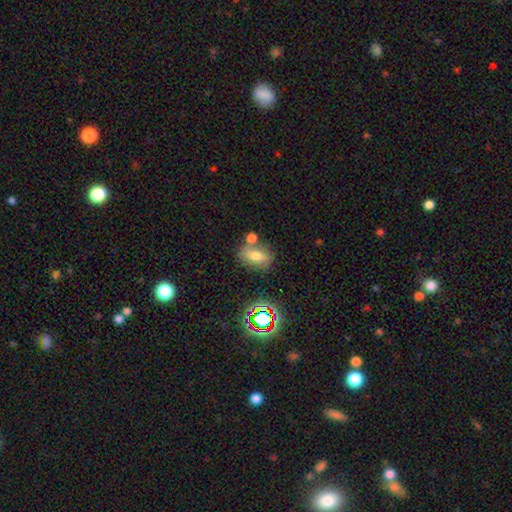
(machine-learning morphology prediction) Q: Smooth or featured?
A: smooth (67%); runner-up: featured or disk (18%)
Q: How rounded?
A: in between (79%); runner-up: round (15%)
Q: Merging?
A: none (62%); runner-up: merger (19%)